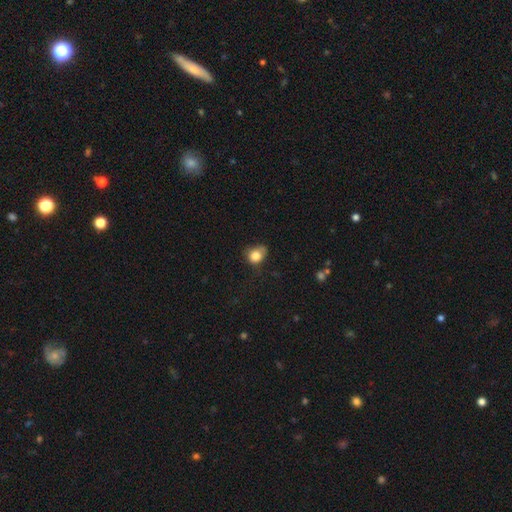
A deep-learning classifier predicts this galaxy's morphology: Q: Smooth or featured?
A: smooth (81%); runner-up: star or artifact (10%)
Q: How rounded?
A: round (58%); runner-up: in between (41%)
Q: Merging?
A: none (46%); runner-up: minor disturbance (37%)